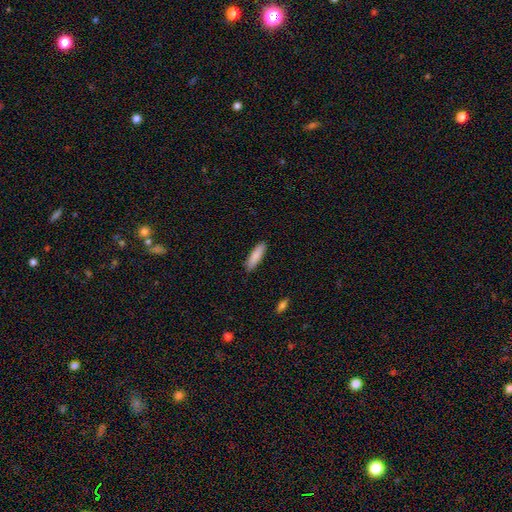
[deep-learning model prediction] Smooth or featured?
  - smooth: 86% *
  - featured or disk: 8%
  - star or artifact: 6%
How rounded?
  - cigar-shaped: 67% *
  - in between: 31%
  - round: 1%
Merging?
  - none: 89% *
  - minor disturbance: 8%
  - major disturbance: 2%
  - merger: 1%